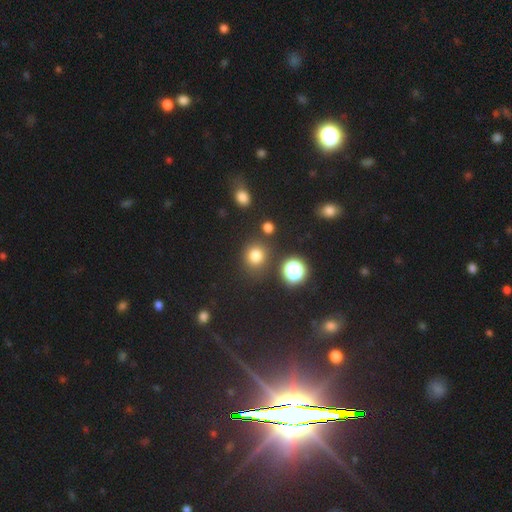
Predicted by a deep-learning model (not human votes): smooth_or_featured: smooth (p=0.76) [alt: star or artifact p=0.19]
how_rounded: round (p=0.82) [alt: in between p=0.17]
merging: none (p=0.81) [alt: minor disturbance p=0.09]